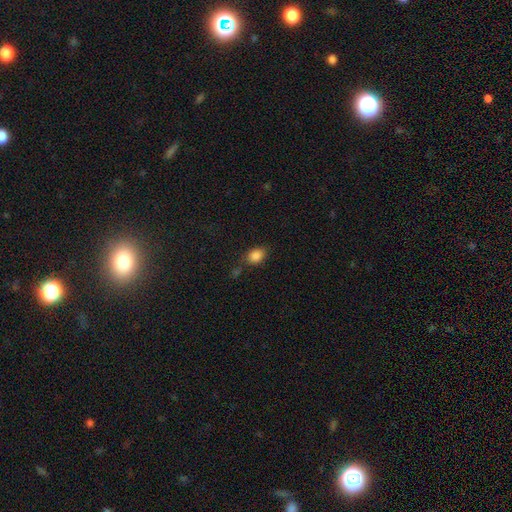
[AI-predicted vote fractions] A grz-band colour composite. It shows a smooth galaxy with no disk features (86%) that is in between round and cigar-shaped (74%). Merging: none (65%).